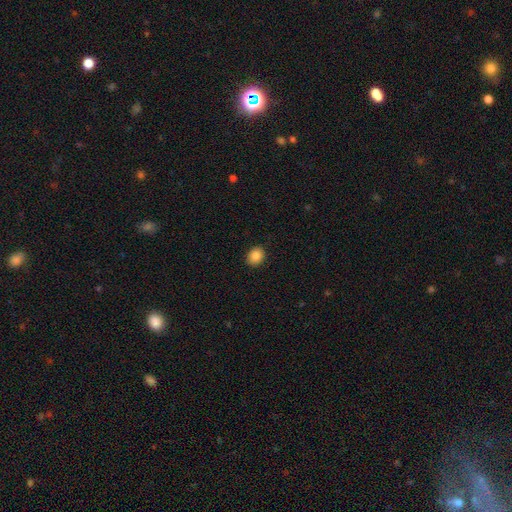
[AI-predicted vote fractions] smooth 86%, star or artifact 9%, featured or disk 5%. Down the decision tree: how rounded — round (55%); merging — none (90%).